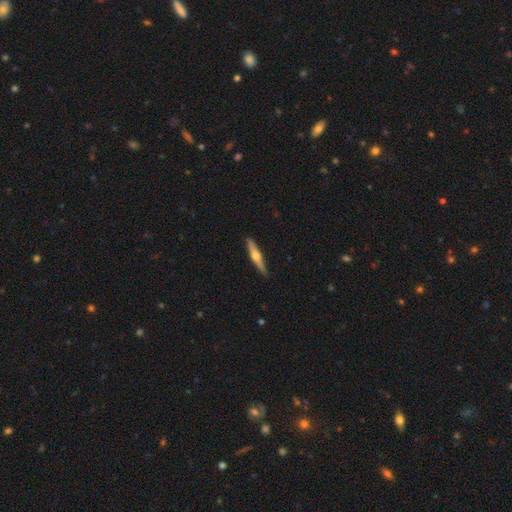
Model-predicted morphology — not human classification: Smooth or featured? featured or disk (62%)
Edge-on disk? yes (96%)
Edge-on bulge? rounded (93%)
Merging? none (87%)